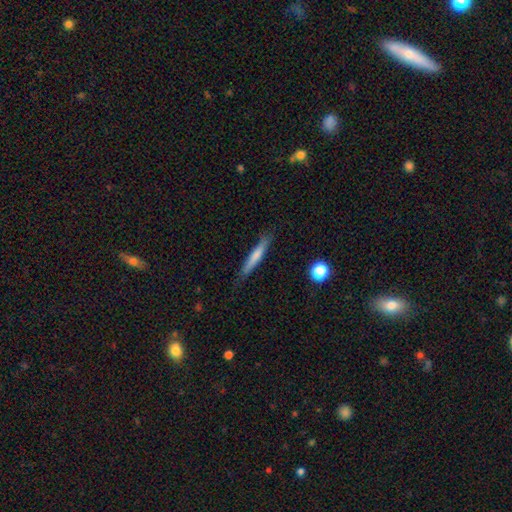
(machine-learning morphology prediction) Q: Smooth or featured?
A: smooth (65%); runner-up: featured or disk (29%)
Q: How rounded?
A: cigar-shaped (94%); runner-up: in between (5%)
Q: Merging?
A: none (83%); runner-up: minor disturbance (13%)